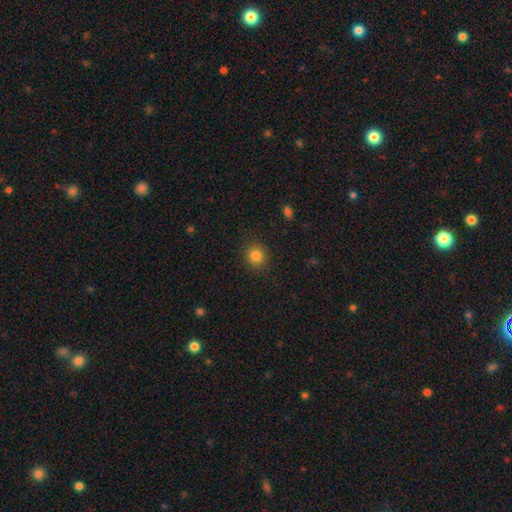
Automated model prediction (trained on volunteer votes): Overall: smooth (83%). How rounded: round (85%). Merging: none (89%).